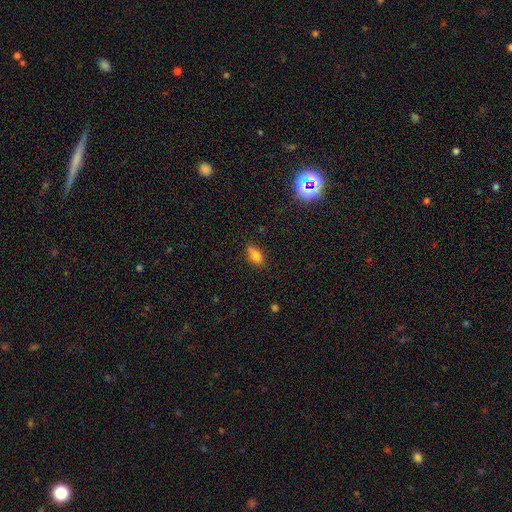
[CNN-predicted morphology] This is likely a smooth galaxy (78%). How rounded: clearly in between (83%). Merging: likely none (79%).